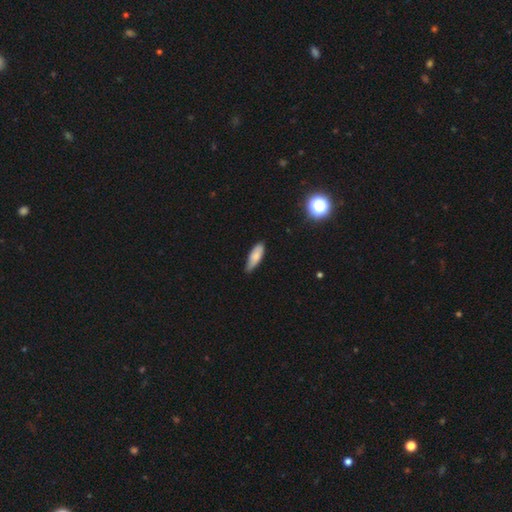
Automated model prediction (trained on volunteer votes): smooth 79%, featured or disk 15%, star or artifact 7%. Down the decision tree: how rounded — in between (60%); merging — none (70%).